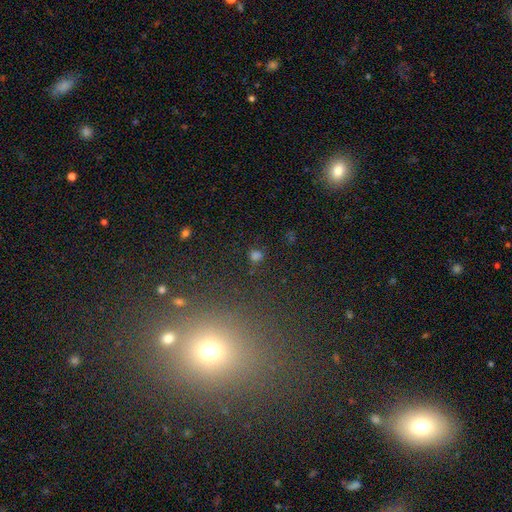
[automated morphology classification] smooth_or_featured: smooth (p=0.66) [alt: star or artifact p=0.26]
how_rounded: round (p=0.73) [alt: in between p=0.25]
merging: none (p=0.71) [alt: minor disturbance p=0.14]